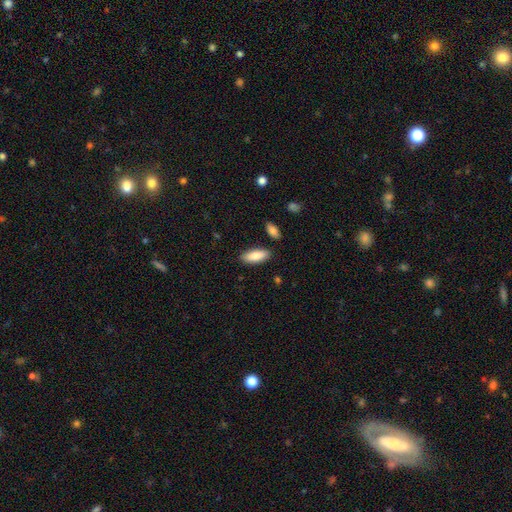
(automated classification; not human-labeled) Overall: smooth (84%). How rounded: in between (75%). Merging: none (86%).